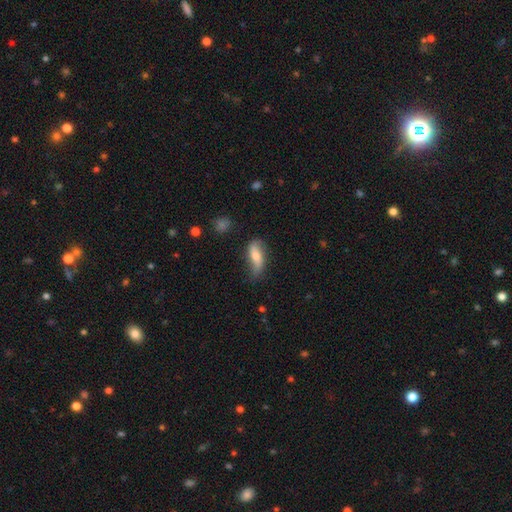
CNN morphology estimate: This is possibly a smooth galaxy (51%). How rounded: likely in between (67%). Merging: possibly none (57%).